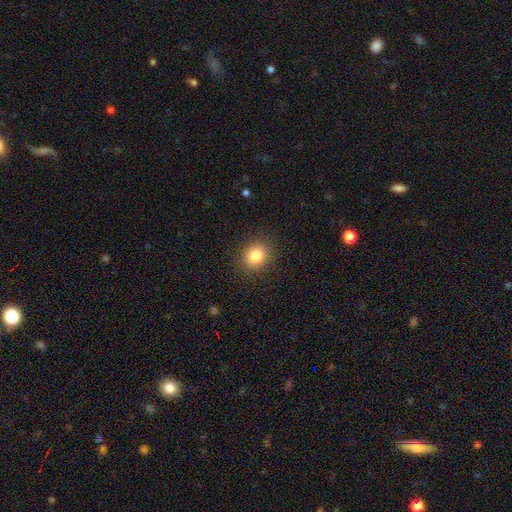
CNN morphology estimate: This is clearly a smooth galaxy (84%). How rounded: likely round (71%). Merging: clearly none (89%).